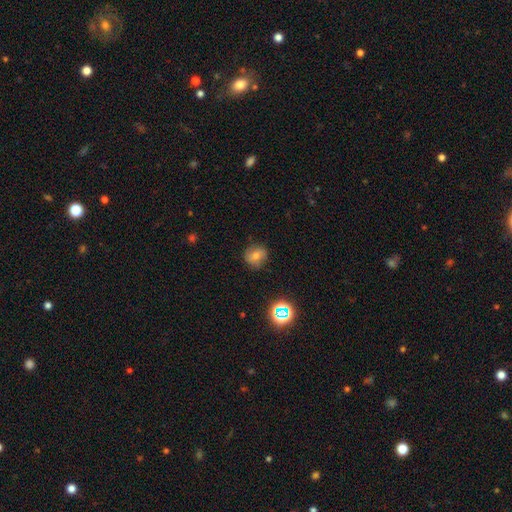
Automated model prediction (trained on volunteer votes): Q: Smooth or featured?
A: smooth (55%); runner-up: featured or disk (27%)
Q: How rounded?
A: round (78%); runner-up: in between (21%)
Q: Merging?
A: none (80%); runner-up: minor disturbance (14%)